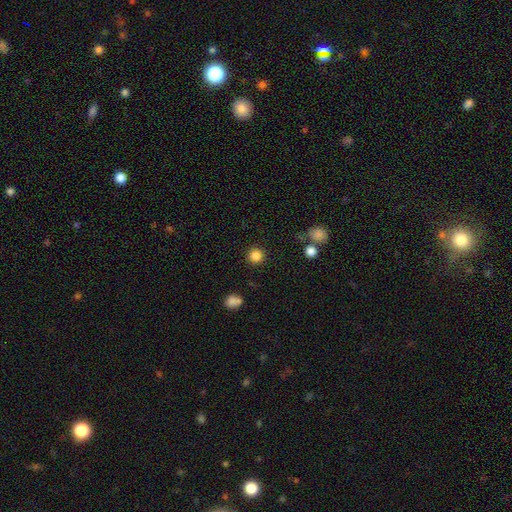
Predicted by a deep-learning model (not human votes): A smooth galaxy with no disk features (85%) that is round (95%). Merging: none (90%).